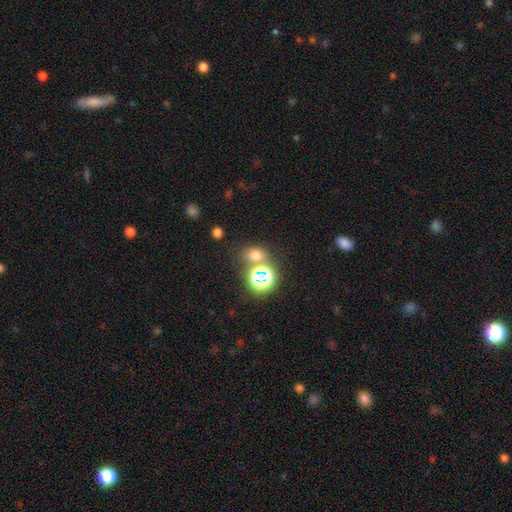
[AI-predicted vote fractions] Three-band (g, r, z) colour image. It shows a smooth galaxy with no disk features (61%) that is in between round and cigar-shaped (50%). Merging: none (64%).